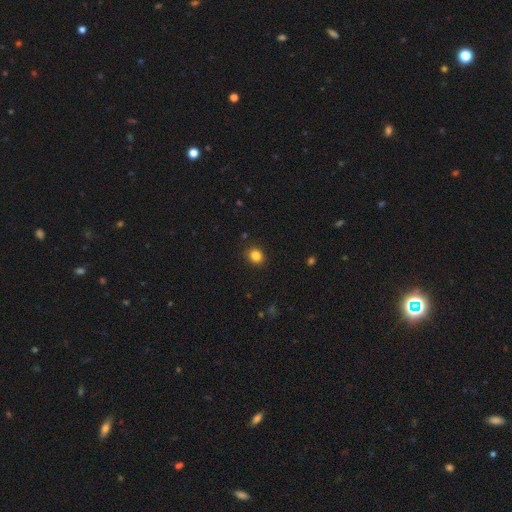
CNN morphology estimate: Smooth or featured?
  - smooth: 84% *
  - star or artifact: 11%
  - featured or disk: 5%
How rounded?
  - round: 73% *
  - in between: 26%
  - cigar-shaped: 1%
Merging?
  - none: 89% *
  - minor disturbance: 7%
  - major disturbance: 2%
  - merger: 1%